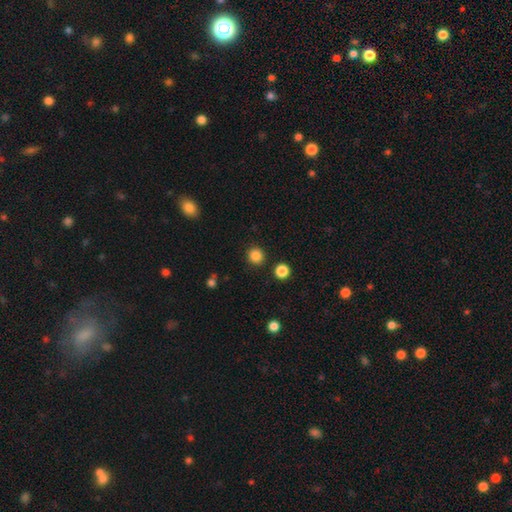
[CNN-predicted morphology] Smooth or featured? smooth (85%)
How rounded? round (91%)
Merging? none (90%)